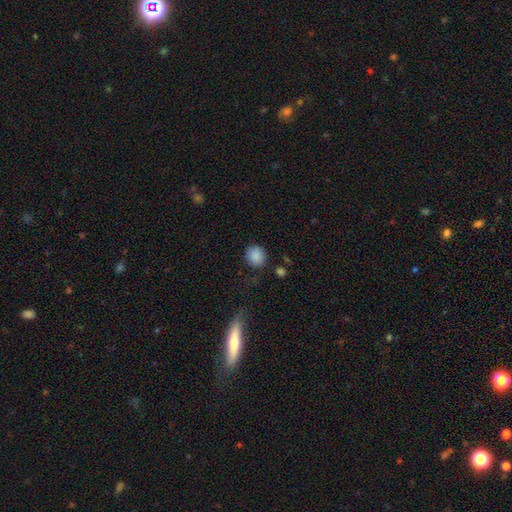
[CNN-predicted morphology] type=smooth (87%); roundness=round (83%); merging=none (81%).